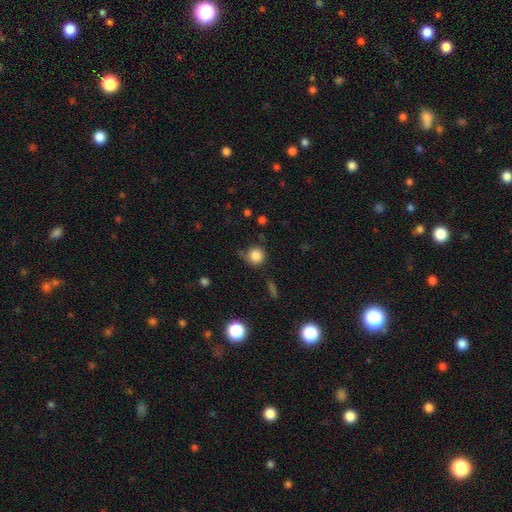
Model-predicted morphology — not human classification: smooth-or-featured: smooth: 84% | star or artifact: 11% | featured or disk: 6%
  how-rounded: round: 92% | in between: 7% | cigar-shaped: 1%
  merging: none: 70% | minor disturbance: 20% | major disturbance: 6% | merger: 4%